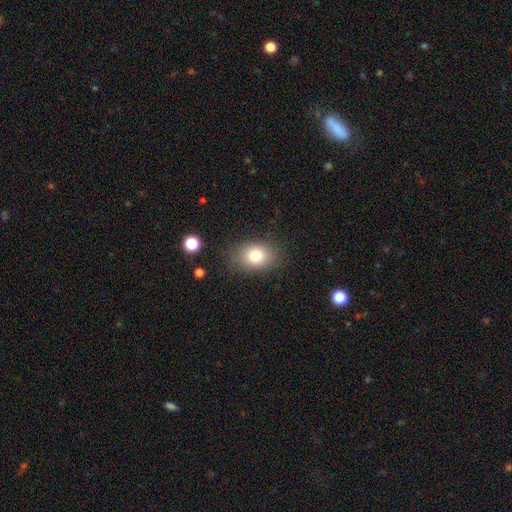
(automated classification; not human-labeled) The model was most divided on "how rounded": in between: 72%, round: 27%, cigar-shaped: 1%. More confident: merging — none (84%); smooth or featured — smooth (79%).